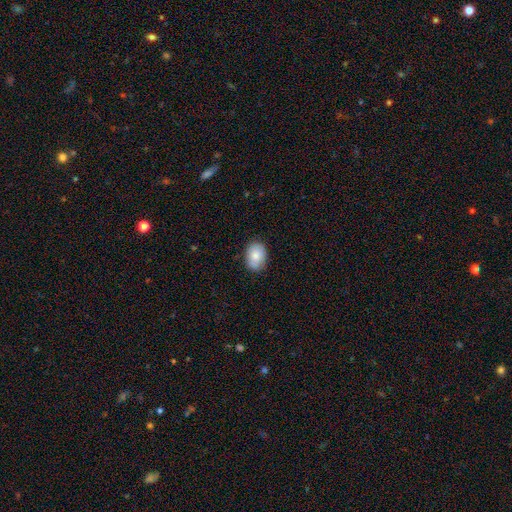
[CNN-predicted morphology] Smooth or featured? Predicted: smooth (p=0.81). How rounded? Predicted: in between (p=0.75). Merging? Predicted: none (p=0.78).